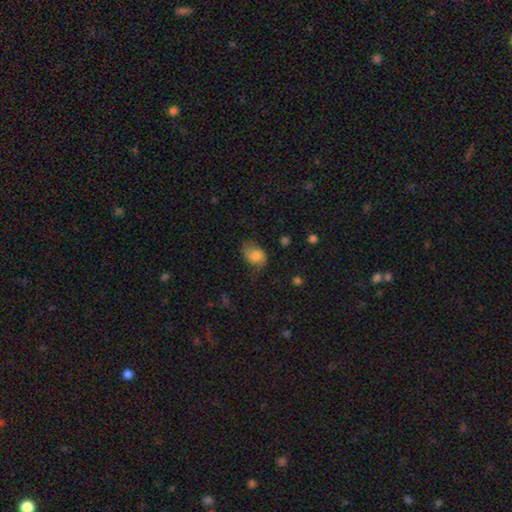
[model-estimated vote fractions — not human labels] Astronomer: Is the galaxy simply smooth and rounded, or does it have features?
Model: smooth — 65%.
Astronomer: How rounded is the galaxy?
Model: in between — 71%.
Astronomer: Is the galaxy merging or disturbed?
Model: none — 54% (runner-up: minor disturbance, 30%).